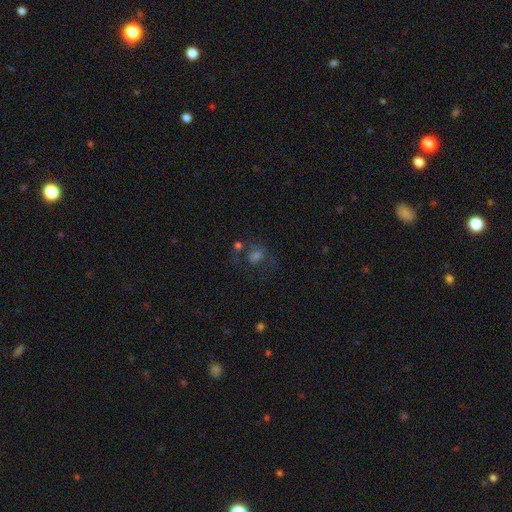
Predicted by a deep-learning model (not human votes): smooth 41%, featured or disk 31%, star or artifact 28%. Down the decision tree: merging — none (53%).